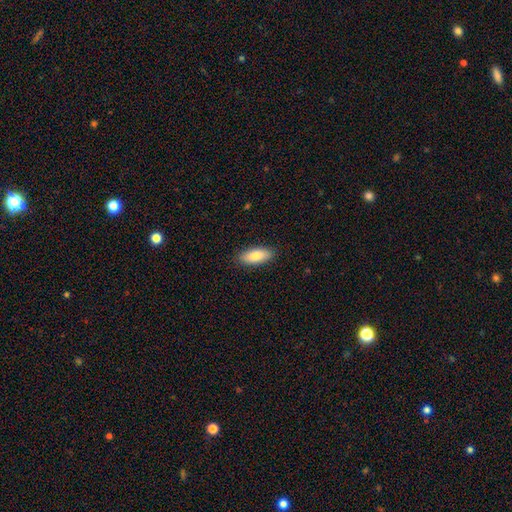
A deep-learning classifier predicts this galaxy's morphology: This is clearly a smooth galaxy (85%). How rounded: clearly in between (83%). Merging: clearly none (89%).